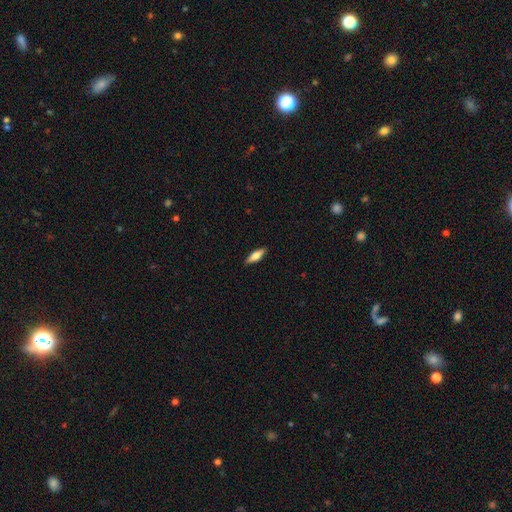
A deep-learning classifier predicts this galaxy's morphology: smooth 66%, featured or disk 28%, star or artifact 6%. Down the decision tree: how rounded — in between (49%); merging — none (89%).